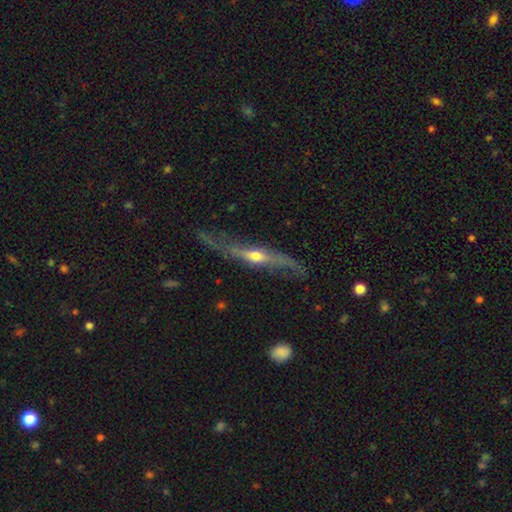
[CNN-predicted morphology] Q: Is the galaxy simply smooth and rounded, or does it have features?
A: featured or disk — 76%.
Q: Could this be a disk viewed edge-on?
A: yes — 77%.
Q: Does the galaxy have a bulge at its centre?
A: rounded — 82%.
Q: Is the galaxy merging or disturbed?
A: none — 57%.